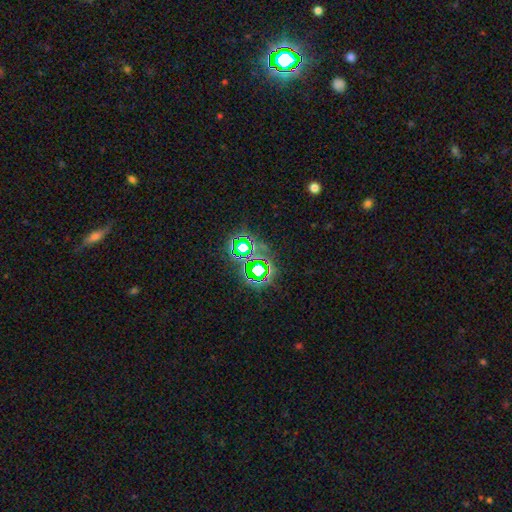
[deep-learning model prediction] star or artifact 72%, smooth 18%, featured or disk 10%.